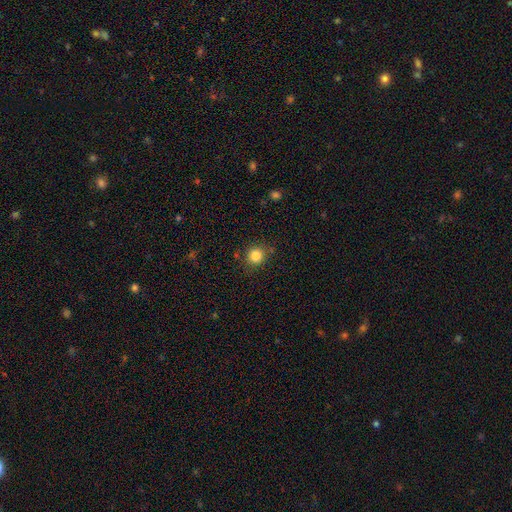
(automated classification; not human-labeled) The model was most divided on "smooth or featured": smooth: 83%, star or artifact: 12%, featured or disk: 5%. More confident: how rounded — round (90%); merging — none (83%).